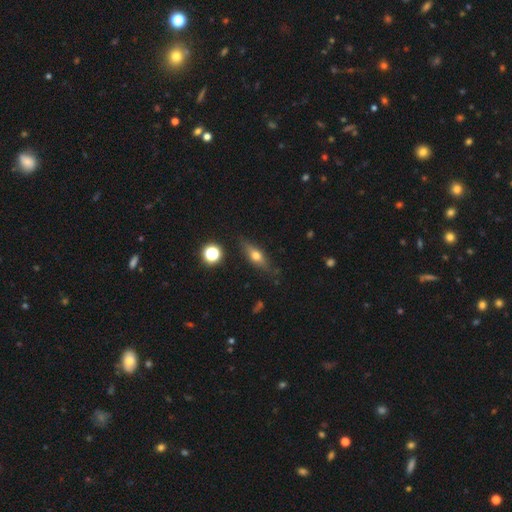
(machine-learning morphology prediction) This appears to be a smooth galaxy with no disk features (47%). Merging: none (81%).